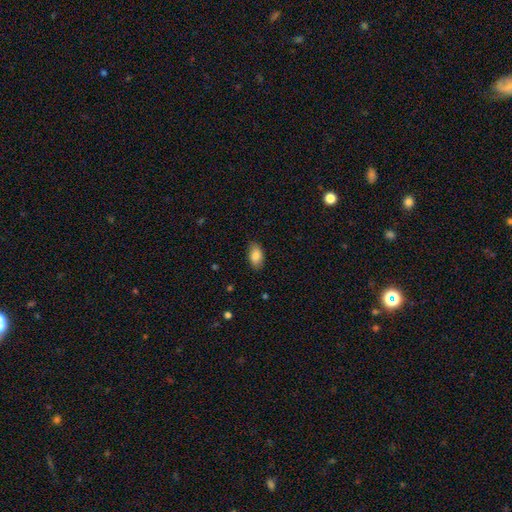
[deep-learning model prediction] Smooth or featured? smooth (84%)
How rounded? in between (92%)
Merging? none (82%)